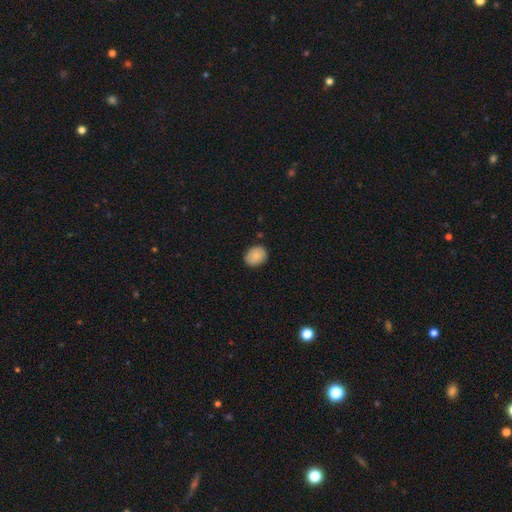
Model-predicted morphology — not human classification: smooth 87%, star or artifact 7%, featured or disk 6%. Down the decision tree: how rounded — in between (51%); merging — none (84%).